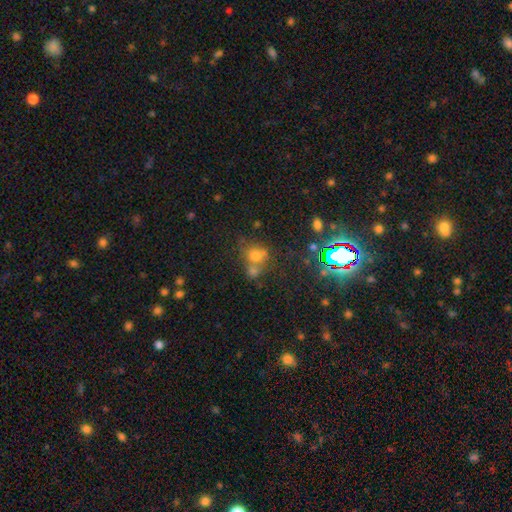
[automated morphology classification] smooth-or-featured: smooth: 62% | star or artifact: 24% | featured or disk: 14%
  how-rounded: round: 71% | in between: 28% | cigar-shaped: 1%
  merging: merger: 45% | none: 38% | minor disturbance: 11% | major disturbance: 6%